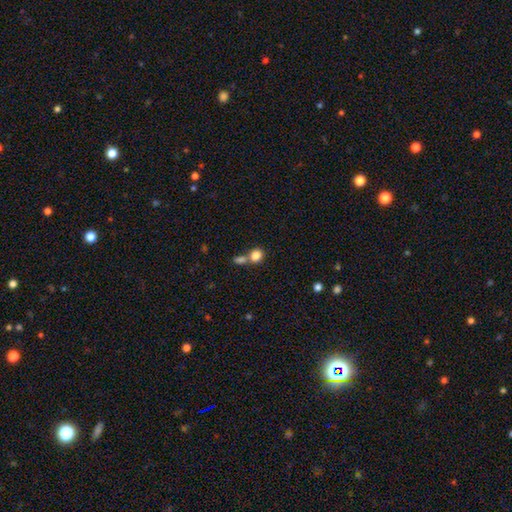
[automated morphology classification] This is clearly a smooth galaxy (84%). How rounded: likely round (71%). Merging: possibly merger (45%).